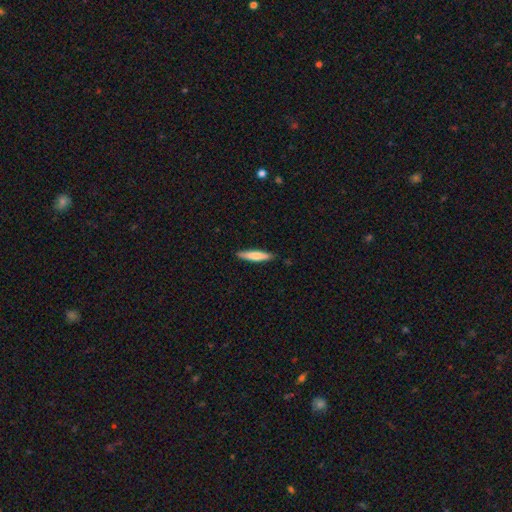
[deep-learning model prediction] A smooth galaxy with no disk features (72%) that is cigar-shaped (85%).

Vote fractions:
- Smooth or featured? smooth: 72% / featured or disk: 22% / star or artifact: 5%
- How rounded? cigar-shaped: 85% / in between: 13% / round: 1%
- Merging? none: 87% / minor disturbance: 10% / major disturbance: 2% / merger: 1%